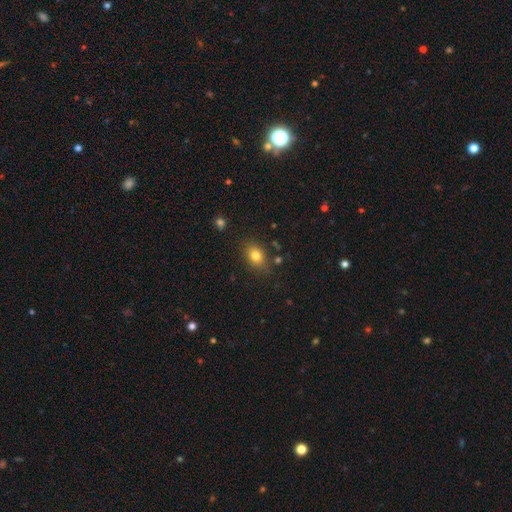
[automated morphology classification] type=smooth (81%); roundness=in between (72%); merging=none (80%).